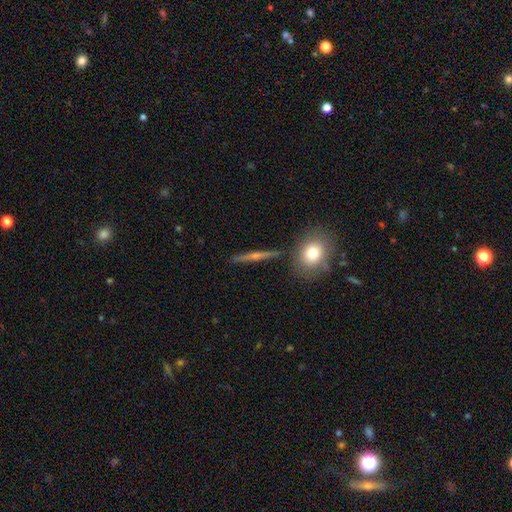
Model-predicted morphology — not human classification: Overall: smooth (45%; featured or disk 33%). Merging: none (80%).